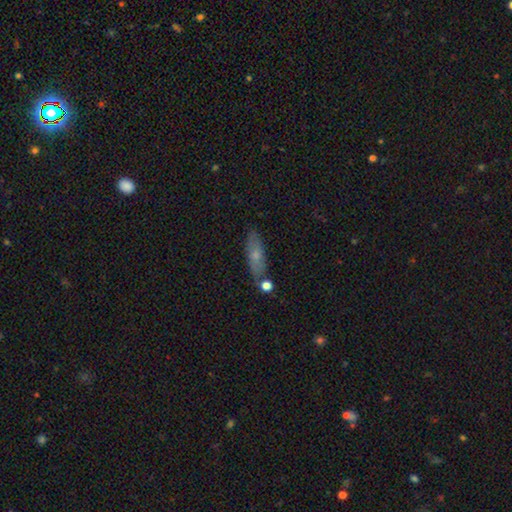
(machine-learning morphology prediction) This appears to be a smooth galaxy with no disk features (59%) that is in between round and cigar-shaped (50%). Merging: none (74%).